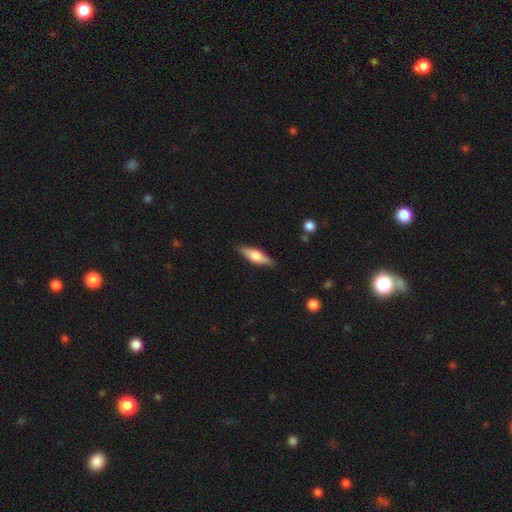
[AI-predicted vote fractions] Smooth or featured? smooth (49%)
Merging? none (86%)